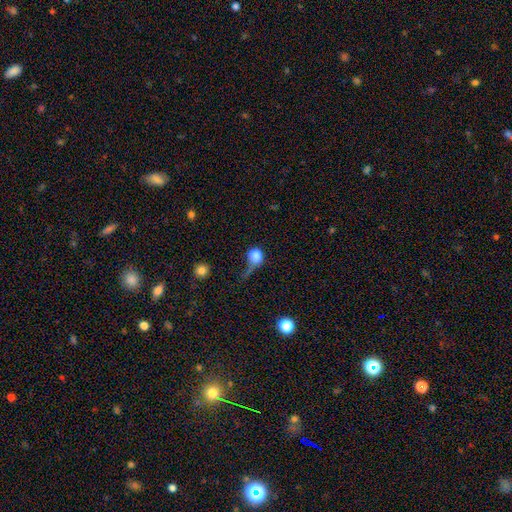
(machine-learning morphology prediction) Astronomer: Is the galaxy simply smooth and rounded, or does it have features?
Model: smooth — 79%.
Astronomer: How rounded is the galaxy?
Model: round — 79%.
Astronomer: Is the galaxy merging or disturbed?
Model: major disturbance — 35% (runner-up: none, 29%).